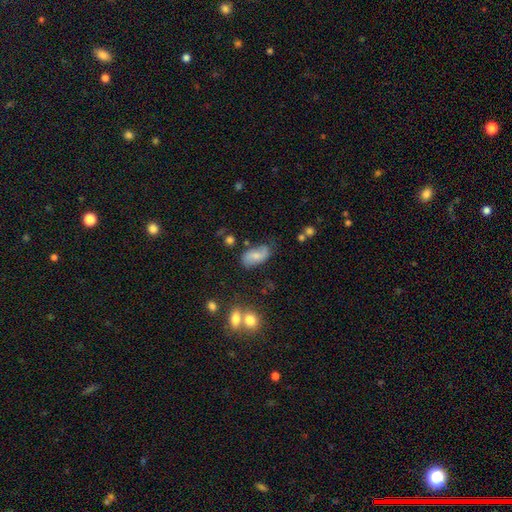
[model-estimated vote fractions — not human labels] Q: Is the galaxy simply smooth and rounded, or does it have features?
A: smooth — 57%.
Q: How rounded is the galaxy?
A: in between — 90%.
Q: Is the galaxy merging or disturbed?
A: none — 63%.